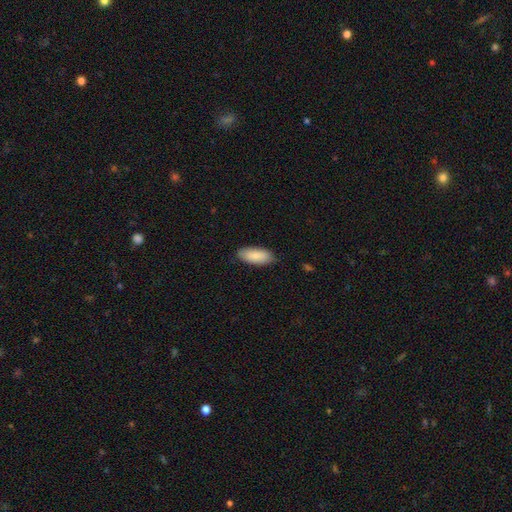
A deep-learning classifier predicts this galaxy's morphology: Smooth or featured?
  - smooth: 88% *
  - featured or disk: 6%
  - star or artifact: 5%
How rounded?
  - in between: 84% *
  - cigar-shaped: 14%
  - round: 2%
Merging?
  - none: 85% *
  - minor disturbance: 12%
  - major disturbance: 2%
  - merger: 1%